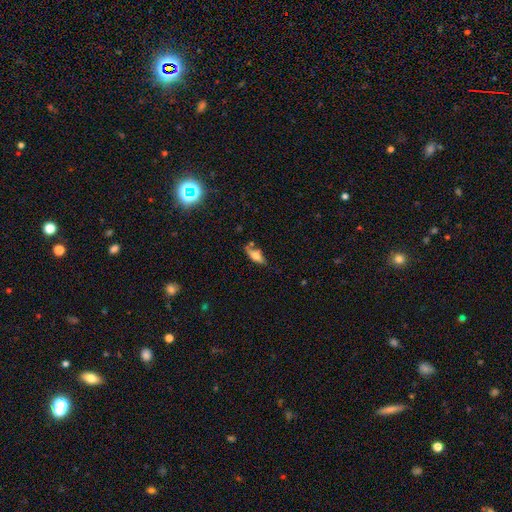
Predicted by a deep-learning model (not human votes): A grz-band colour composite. It shows a smooth galaxy with no disk features (57%) that is in between round and cigar-shaped (67%). Merging: none (54%).